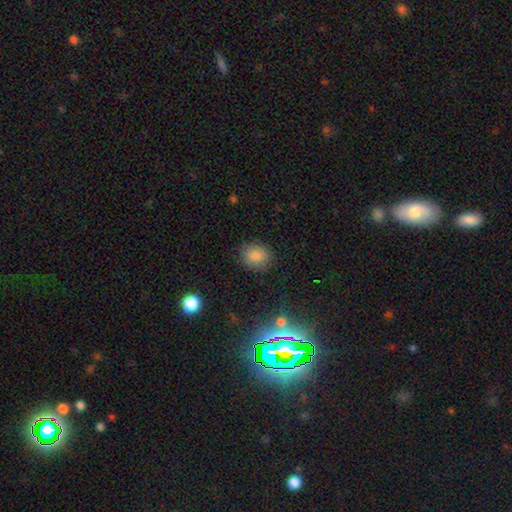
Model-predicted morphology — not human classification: Smooth or featured: smooth — 80% (star or artifact — 13%)
How rounded: round — 68% (in between — 30%)
Merging: none — 87% (minor disturbance — 8%)